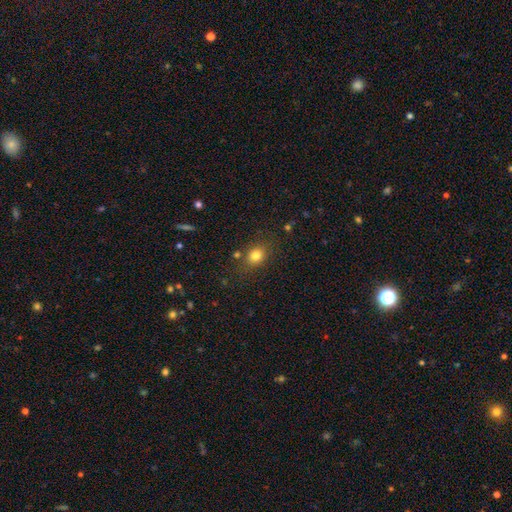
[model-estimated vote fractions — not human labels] This appears to be a smooth galaxy with no disk features (79%) that is round (57%). Merging: none (77%).